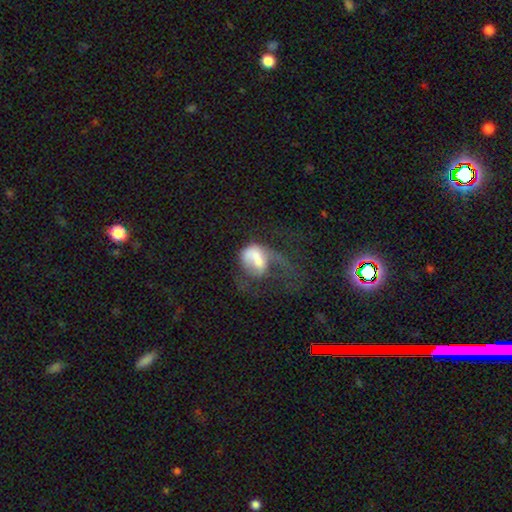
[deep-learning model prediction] smooth_or_featured: smooth (p=0.49) [alt: featured or disk p=0.41]
merging: major disturbance (p=0.57) [alt: merger p=0.16]